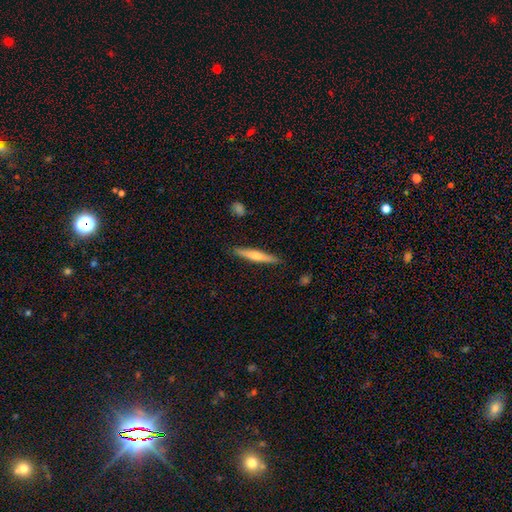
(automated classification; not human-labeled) smooth-or-featured: smooth: 54% | featured or disk: 41% | star or artifact: 5%
  how-rounded: cigar-shaped: 93% | in between: 6% | round: 1%
  merging: none: 89% | minor disturbance: 8% | major disturbance: 2% | merger: 1%